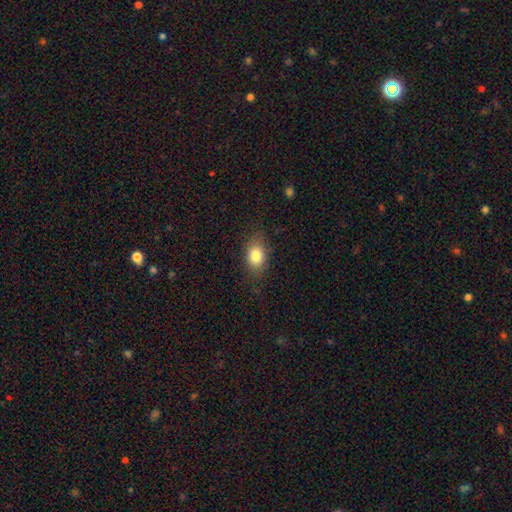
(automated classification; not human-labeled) This appears to be a smooth galaxy with no disk features (82%) that is in between round and cigar-shaped (71%). Merging: none (77%).